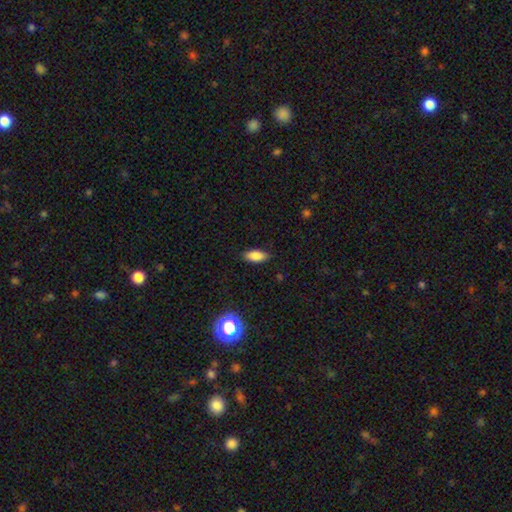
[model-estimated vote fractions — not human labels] Overall: smooth (83%). How rounded: in between (84%). Merging: none (86%).